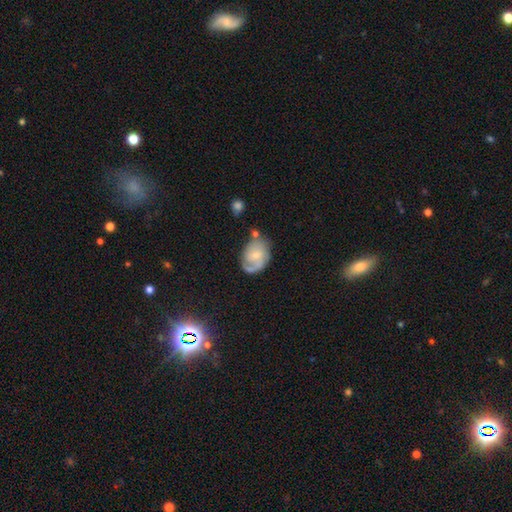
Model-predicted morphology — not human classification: A featured or disk galaxy (63%) with no bar (63%), 2 (38%) tight (43%) spiral arms (83%) and a small central bulge (62%).

Vote fractions:
- Smooth or featured? featured or disk: 63% / smooth: 31% / star or artifact: 6%
- Edge-on disk? no: 97% / yes: 3%
- Bar? no: 63% / weak: 32% / strong: 5%
- Spiral arms? yes: 83% / no: 17%
- Spiral winding? tight: 43% / medium: 38% / loose: 19%
- Spiral arm count? 2: 38% / 1: 33% / can't tell: 21% / 3: 5% / 4: 2% / more than 4: 2%
- Bulge size? small: 62% / moderate: 31% / none: 4% / large: 2% / dominant: 1%
- Merging? none: 54% / minor disturbance: 25% / major disturbance: 12% / merger: 8%